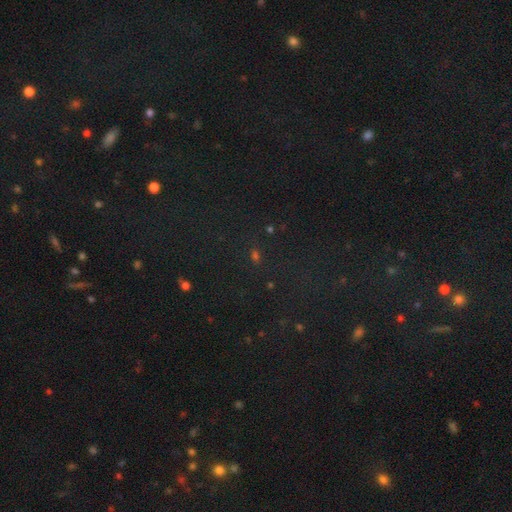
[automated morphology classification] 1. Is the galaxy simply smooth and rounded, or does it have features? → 71% star or artifact, 21% smooth, 8% featured or disk.